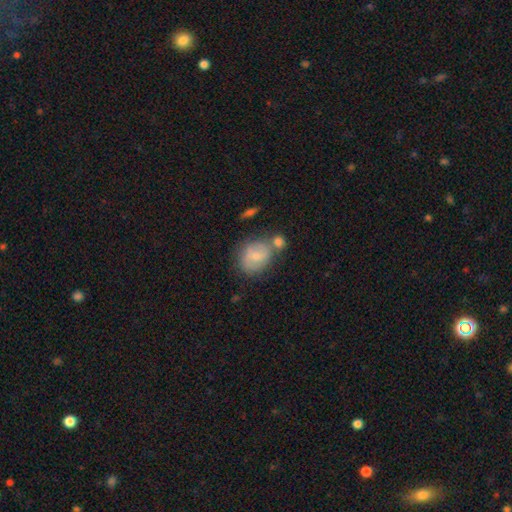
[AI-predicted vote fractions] The model was most divided on "how rounded": round: 51%, in between: 48%, cigar-shaped: 1%. Remaining: smooth or featured — smooth (58%); merging — none (48%).